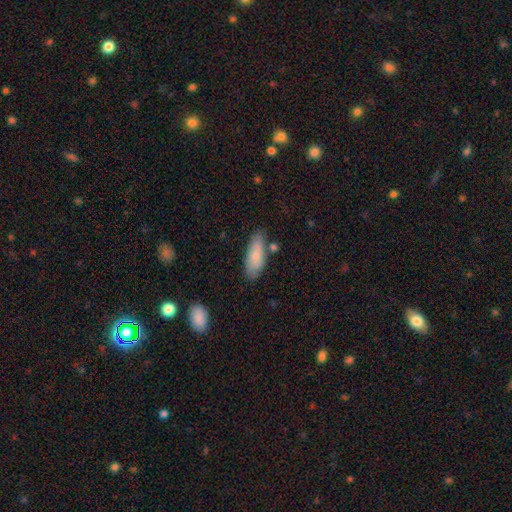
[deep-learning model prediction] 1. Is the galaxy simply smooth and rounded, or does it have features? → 77% smooth, 17% featured or disk, 6% star or artifact.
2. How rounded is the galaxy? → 73% in between, 24% cigar-shaped, 2% round.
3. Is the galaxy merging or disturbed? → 68% none, 21% minor disturbance, 7% merger, 4% major disturbance.